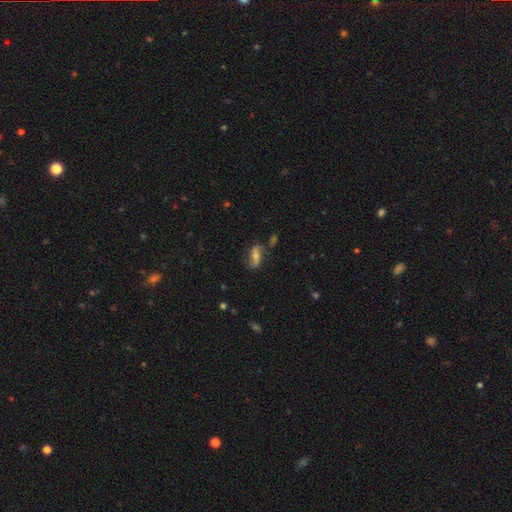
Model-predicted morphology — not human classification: A featured or disk galaxy (53%). Merging: none (67%).